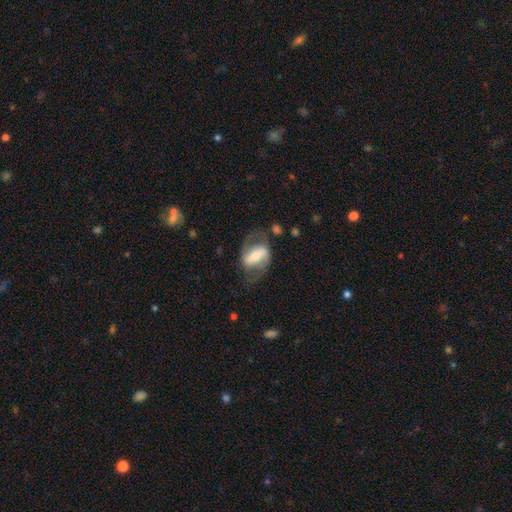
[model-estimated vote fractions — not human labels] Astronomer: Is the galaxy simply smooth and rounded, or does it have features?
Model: featured or disk — 72%.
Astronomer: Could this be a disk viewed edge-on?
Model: no — 94%.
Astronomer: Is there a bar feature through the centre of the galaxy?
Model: strong — 60%.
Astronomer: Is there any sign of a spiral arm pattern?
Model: yes — 76%.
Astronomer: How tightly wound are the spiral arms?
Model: medium — 48% (runner-up: loose, 33%).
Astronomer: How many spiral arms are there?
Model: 2 — 86%.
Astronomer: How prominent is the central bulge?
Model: moderate — 47% (runner-up: small, 39%).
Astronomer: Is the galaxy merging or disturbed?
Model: none — 63%.